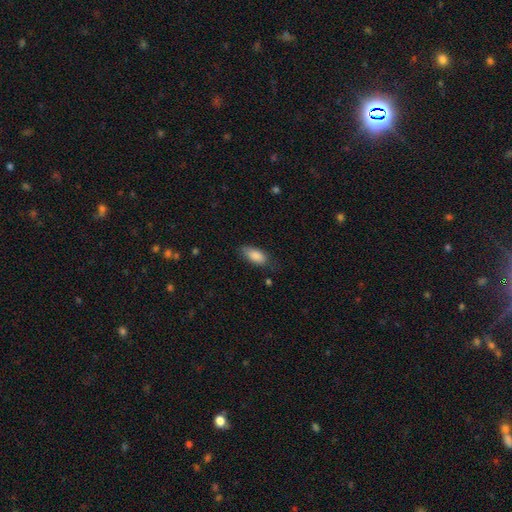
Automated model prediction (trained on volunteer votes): Smooth or featured: smooth — 87% (featured or disk — 7%)
How rounded: in between — 88% (cigar-shaped — 10%)
Merging: none — 70% (minor disturbance — 23%)